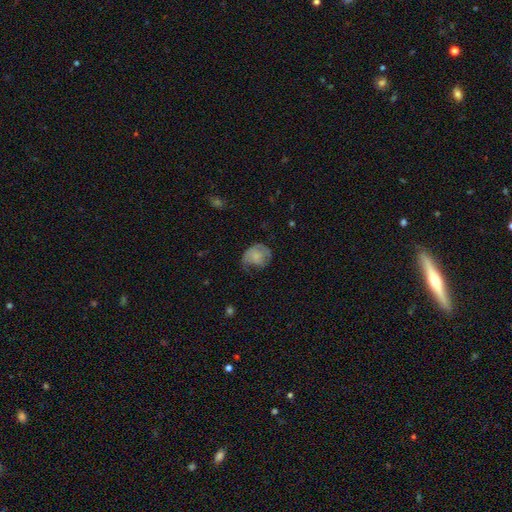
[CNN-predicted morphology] smooth_or_featured: smooth (p=0.62) [alt: featured or disk p=0.29]
how_rounded: round (p=0.59) [alt: in between p=0.40]
merging: none (p=0.36) [alt: minor disturbance p=0.35]